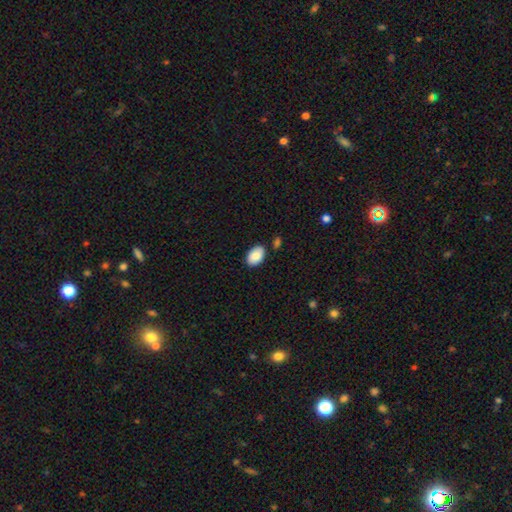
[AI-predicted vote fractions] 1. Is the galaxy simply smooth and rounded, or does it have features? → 87% smooth, 7% featured or disk, 6% star or artifact.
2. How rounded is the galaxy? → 90% in between, 9% round, 1% cigar-shaped.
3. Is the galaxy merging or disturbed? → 83% none, 11% minor disturbance, 4% merger, 2% major disturbance.